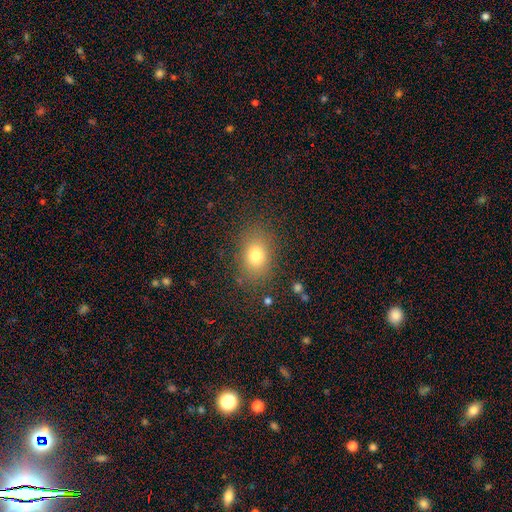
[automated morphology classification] The model was most divided on "how rounded": in between: 69%, round: 30%, cigar-shaped: 1%. More confident: merging — none (83%); smooth or featured — smooth (77%).